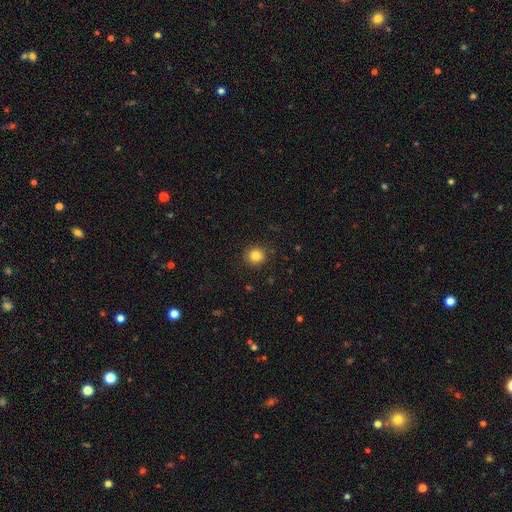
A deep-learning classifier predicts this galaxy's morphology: This appears to be a smooth galaxy with no disk features (83%) that is round (91%). Merging: none (91%).